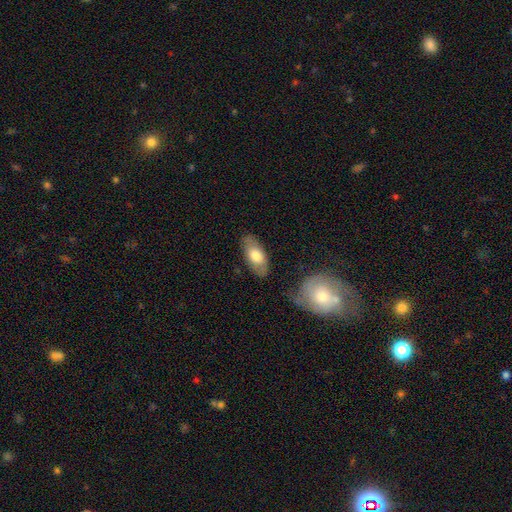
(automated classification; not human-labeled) The model was most divided on "smooth or featured": smooth: 70%, featured or disk: 24%, star or artifact: 6%. More confident: how rounded — in between (88%); merging — none (81%).